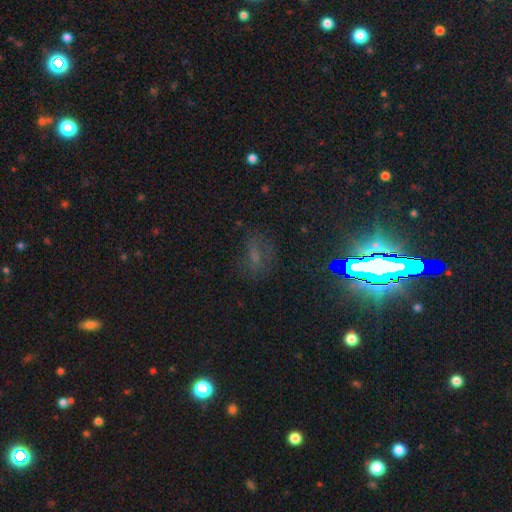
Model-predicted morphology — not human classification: This appears to be a star or artifact, not a galaxy (50%).